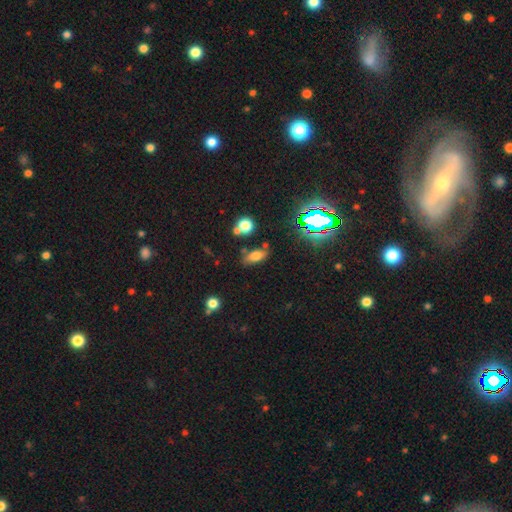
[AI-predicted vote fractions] A smooth galaxy with no disk features (66%) that is in between round and cigar-shaped (80%). Merging: none (71%).